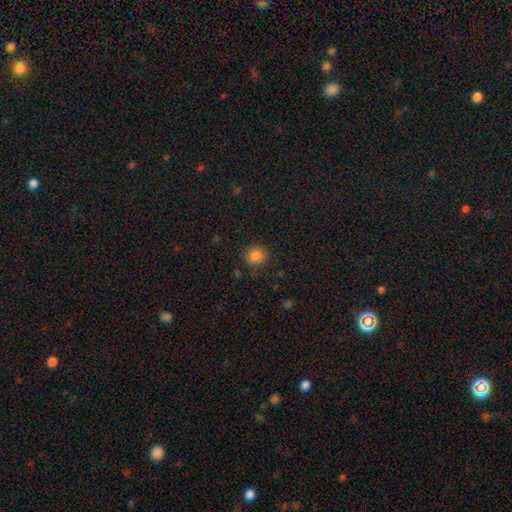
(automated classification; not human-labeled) Smooth or featured? smooth (84%)
How rounded? round (85%)
Merging? none (84%)